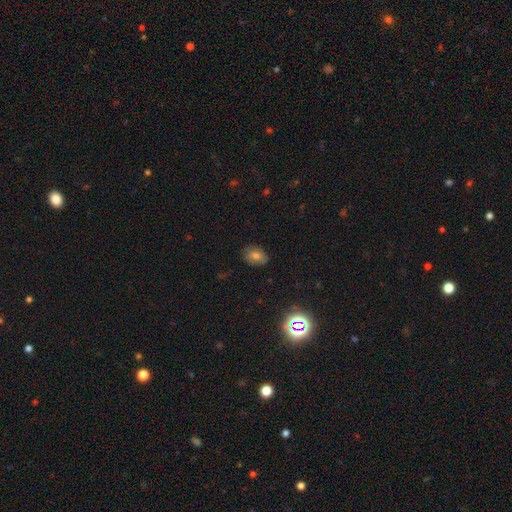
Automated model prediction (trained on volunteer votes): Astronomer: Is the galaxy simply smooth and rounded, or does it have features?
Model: smooth — 67%.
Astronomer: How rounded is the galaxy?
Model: in between — 73%.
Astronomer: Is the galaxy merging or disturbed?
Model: none — 82%.